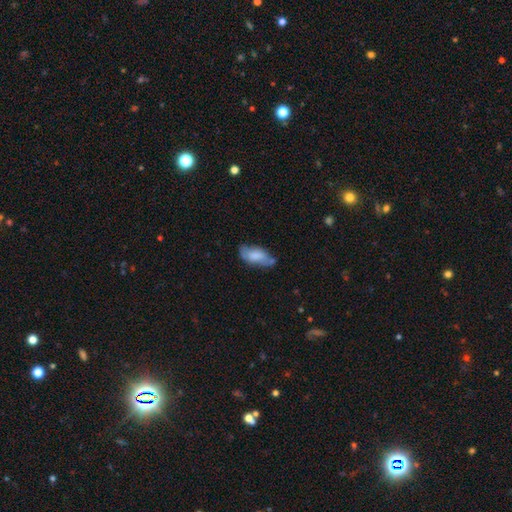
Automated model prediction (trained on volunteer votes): Smooth or featured?
  - smooth: 67% *
  - featured or disk: 26%
  - star or artifact: 7%
How rounded?
  - in between: 87% *
  - cigar-shaped: 11%
  - round: 2%
Merging?
  - none: 52% *
  - minor disturbance: 32%
  - major disturbance: 9%
  - merger: 7%